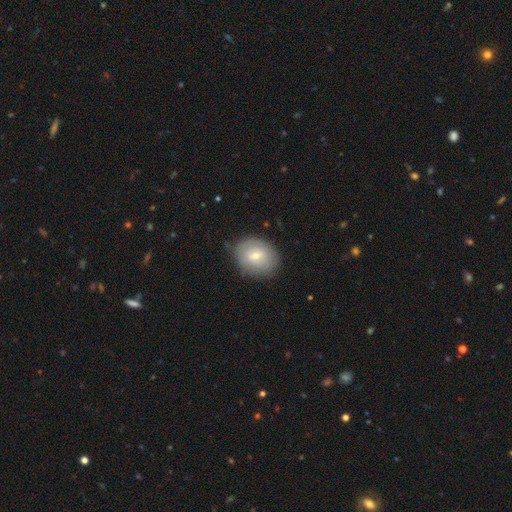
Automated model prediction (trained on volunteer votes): Morphology: type=smooth (62%); roundness=in between (51%); merging=none (77%).